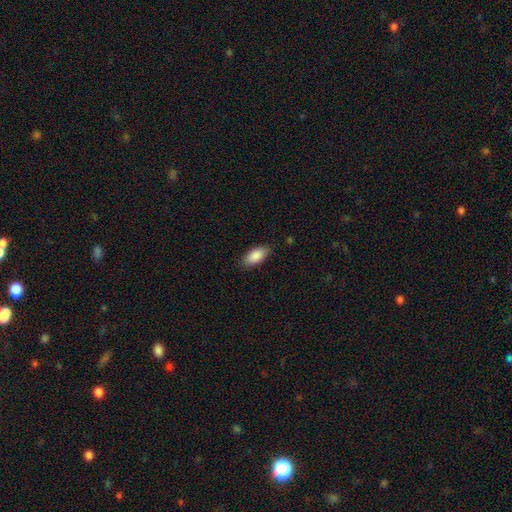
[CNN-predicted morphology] Smooth or featured? Predicted: smooth (p=0.88). How rounded? Predicted: in between (p=0.91). Merging? Predicted: none (p=0.85).